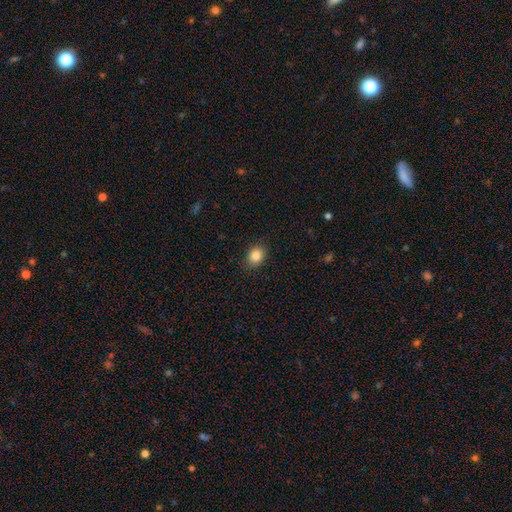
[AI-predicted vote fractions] Smooth or featured? smooth (85%)
How rounded? in between (53%)
Merging? none (88%)